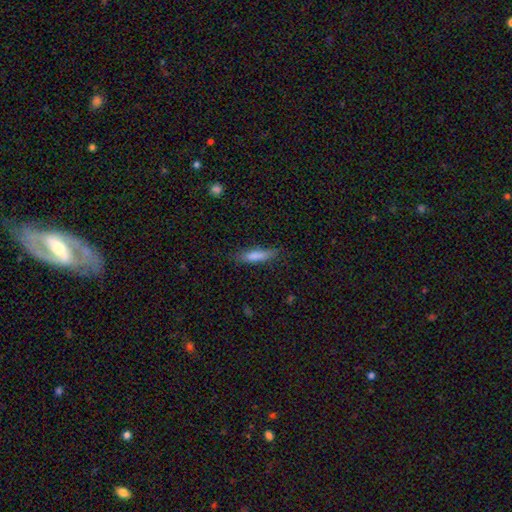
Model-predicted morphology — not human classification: A smooth galaxy with no disk features (80%) that is cigar-shaped (74%).

Vote fractions:
- Smooth or featured? smooth: 80% / featured or disk: 13% / star or artifact: 7%
- How rounded? cigar-shaped: 74% / in between: 25% / round: 2%
- Merging? none: 79% / minor disturbance: 16% / major disturbance: 4% / merger: 1%